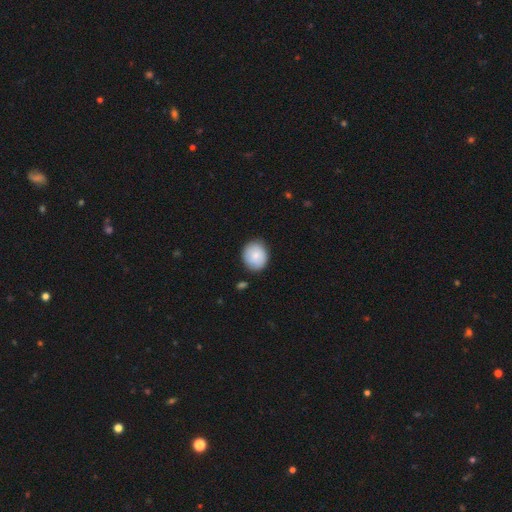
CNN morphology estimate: Smooth or featured?
  - smooth: 81% *
  - featured or disk: 12%
  - star or artifact: 7%
How rounded?
  - round: 69% *
  - in between: 30%
  - cigar-shaped: 1%
Merging?
  - none: 83% *
  - minor disturbance: 13%
  - major disturbance: 3%
  - merger: 2%